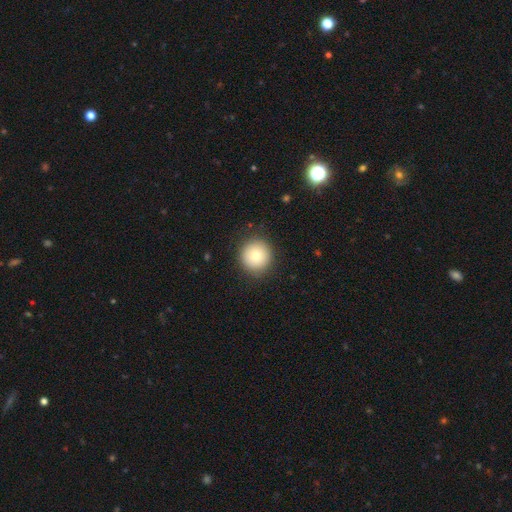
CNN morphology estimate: Smooth or featured? Predicted: smooth (p=0.77). How rounded? Predicted: round (p=0.94). Merging? Predicted: none (p=0.89).